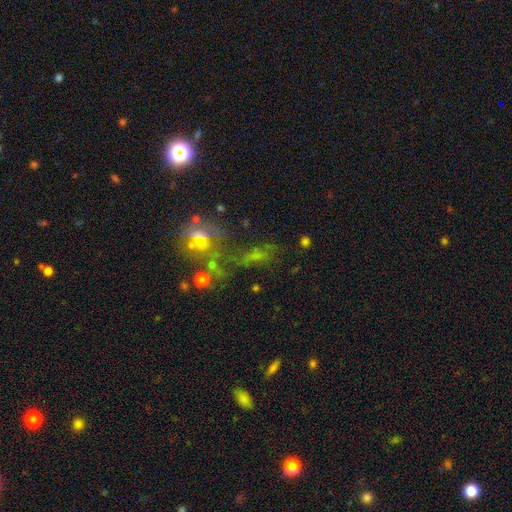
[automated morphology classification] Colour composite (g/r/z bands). It shows a smooth galaxy with no disk features (37%). Merging: none (38%).